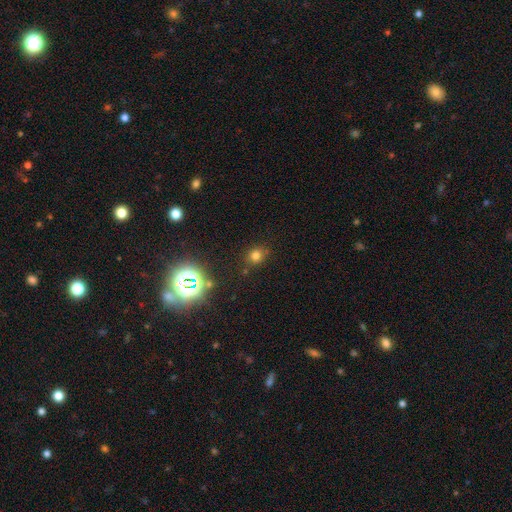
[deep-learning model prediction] Smooth or featured: smooth — 71% (star or artifact — 22%)
How rounded: round — 78% (in between — 21%)
Merging: none — 80% (minor disturbance — 12%)